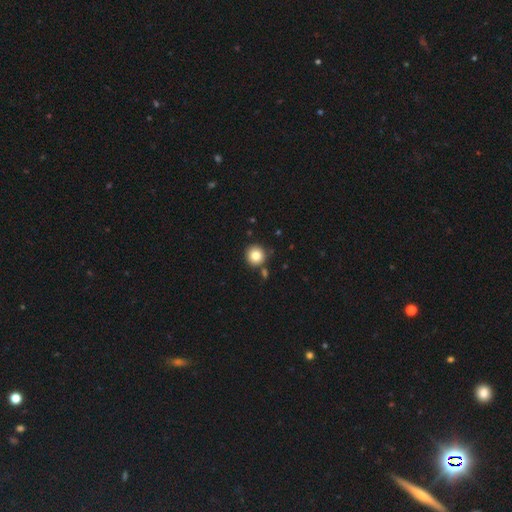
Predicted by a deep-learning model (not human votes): This is clearly a smooth galaxy (83%). How rounded: clearly round (94%). Merging: clearly none (84%).